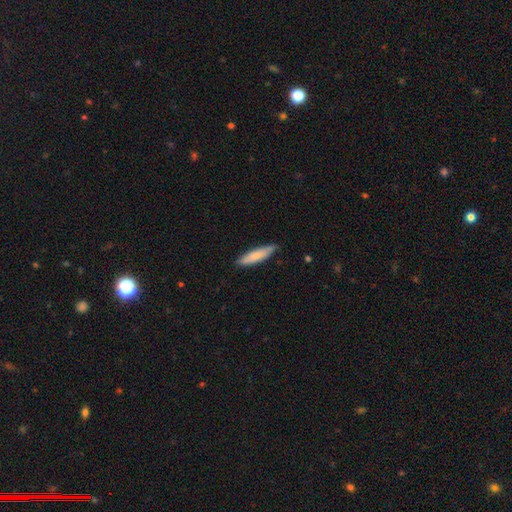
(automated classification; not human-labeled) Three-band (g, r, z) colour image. It shows a smooth galaxy with no disk features (79%) that is cigar-shaped (77%). Merging: none (81%).